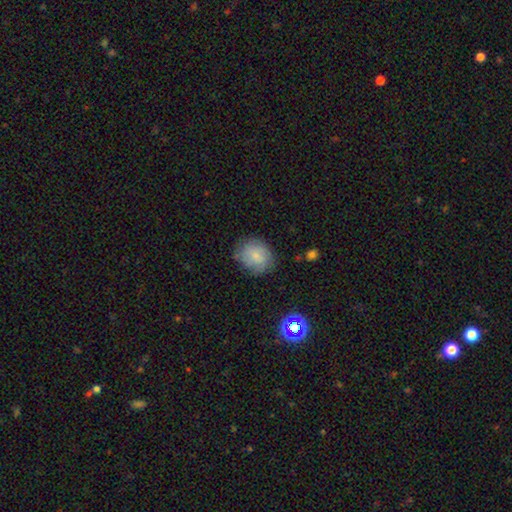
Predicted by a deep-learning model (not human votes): Smooth or featured? smooth (73%)
How rounded? round (70%)
Merging? none (74%)